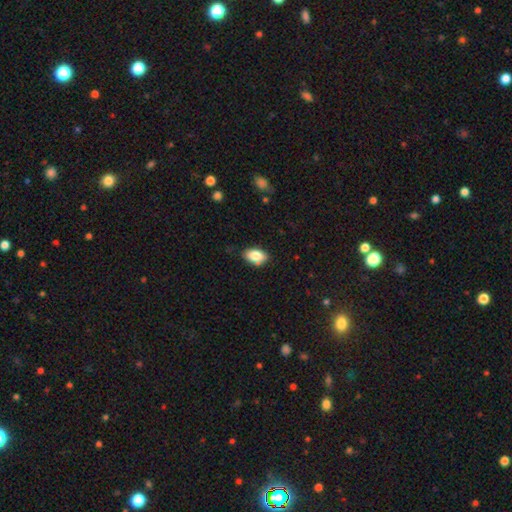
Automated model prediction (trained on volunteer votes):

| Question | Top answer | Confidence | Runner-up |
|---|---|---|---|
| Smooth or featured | smooth | 82% | featured or disk (10%) |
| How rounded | in between | 91% | round (7%) |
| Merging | none | 81% | minor disturbance (15%) |